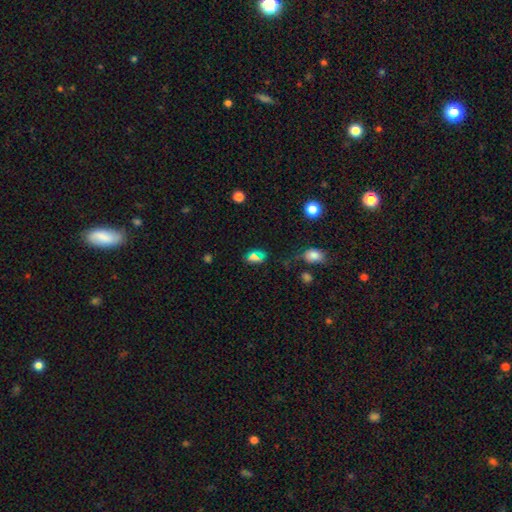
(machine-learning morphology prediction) type=smooth (58%); roundness=in between (75%); merging=none (72%).